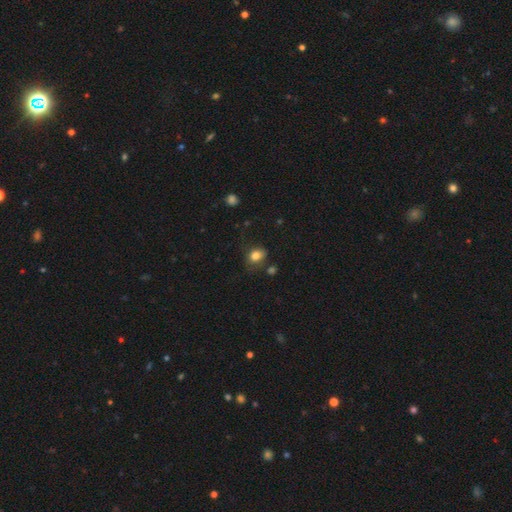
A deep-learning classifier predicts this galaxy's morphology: smooth-or-featured: smooth: 82% | star or artifact: 11% | featured or disk: 8%
  how-rounded: in between: 56% | round: 43% | cigar-shaped: 1%
  merging: none: 68% | minor disturbance: 21% | major disturbance: 7% | merger: 4%